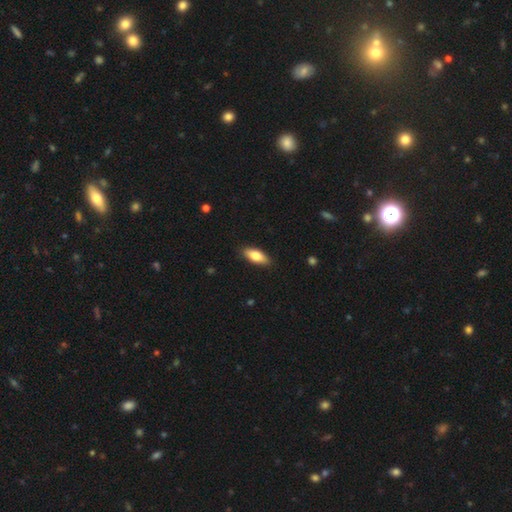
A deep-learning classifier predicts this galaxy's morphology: This appears to be a smooth galaxy with no disk features (75%) that is in between round and cigar-shaped (74%). Merging: none (87%).